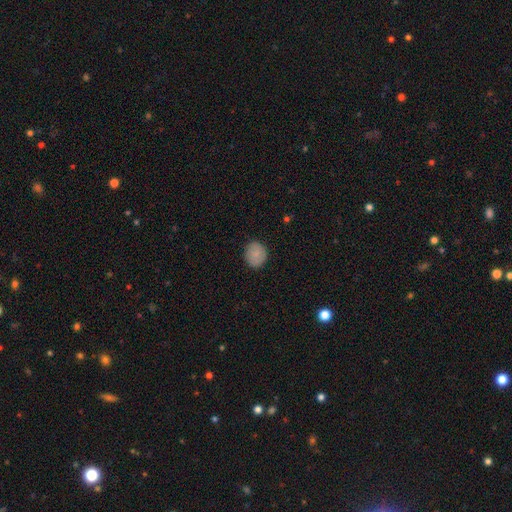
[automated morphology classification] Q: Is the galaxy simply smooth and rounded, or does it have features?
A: smooth — 85%.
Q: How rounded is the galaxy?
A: round — 68%.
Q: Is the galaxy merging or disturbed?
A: none — 87%.